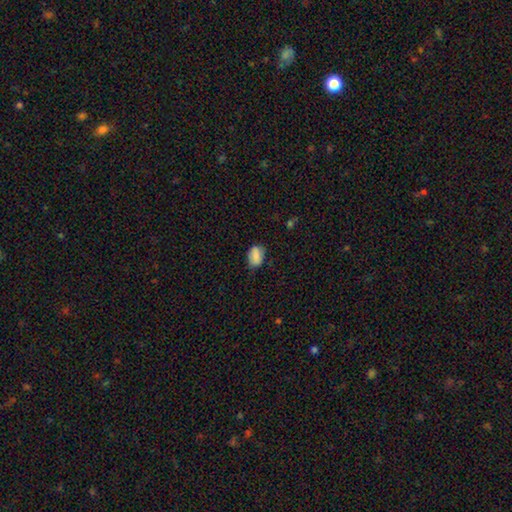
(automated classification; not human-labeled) This appears to be a smooth galaxy with no disk features (84%) that is in between round and cigar-shaped (81%). Merging: none (73%).